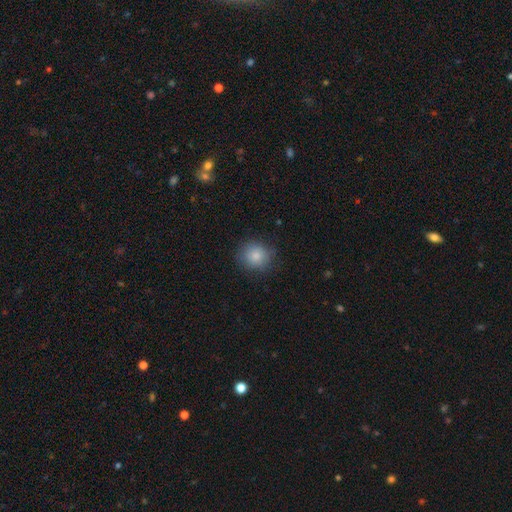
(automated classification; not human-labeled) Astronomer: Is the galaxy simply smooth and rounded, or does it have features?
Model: smooth — 84%.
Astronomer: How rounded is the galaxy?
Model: round — 86%.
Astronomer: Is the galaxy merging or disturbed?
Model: none — 82%.